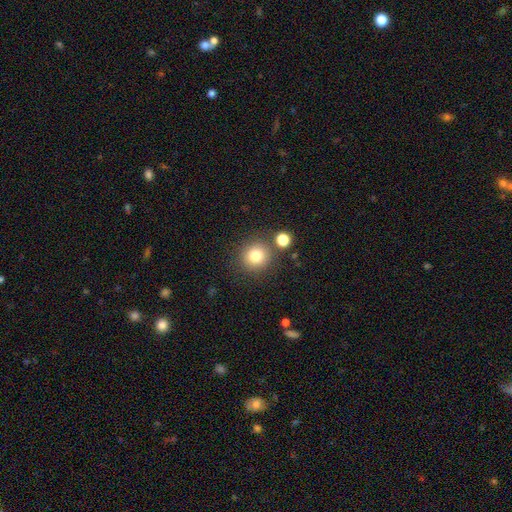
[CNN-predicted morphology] Smooth or featured? Predicted: smooth (p=0.79). How rounded? Predicted: round (p=0.91). Merging? Predicted: none (p=0.81).